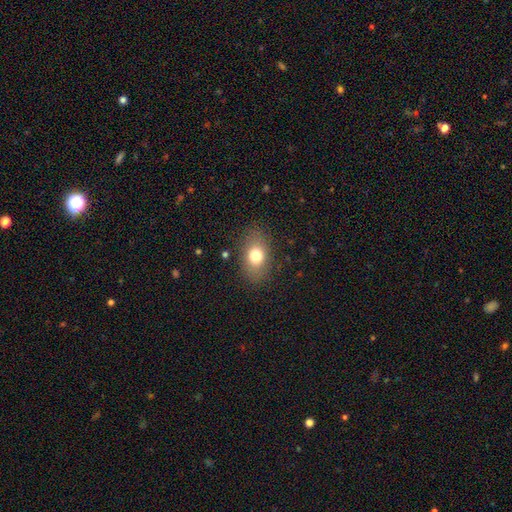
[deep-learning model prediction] smooth_or_featured: smooth (p=0.76) [alt: featured or disk p=0.14]
how_rounded: in between (p=0.80) [alt: round p=0.18]
merging: none (p=0.83) [alt: minor disturbance p=0.11]